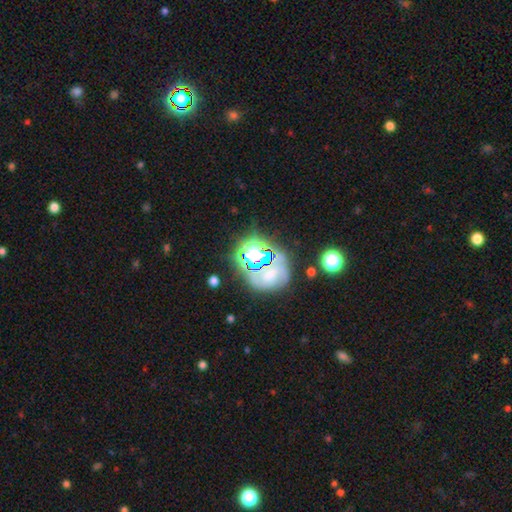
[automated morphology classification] Q: Smooth or featured?
A: star or artifact (48%); runner-up: smooth (29%)